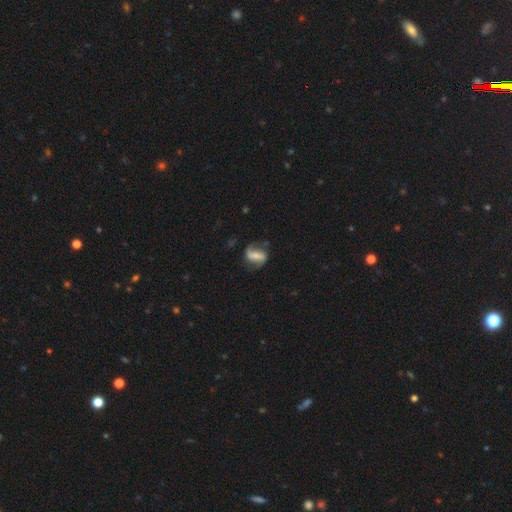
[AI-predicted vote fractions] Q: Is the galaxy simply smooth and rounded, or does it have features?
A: featured or disk — 75%.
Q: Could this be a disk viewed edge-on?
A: no — 96%.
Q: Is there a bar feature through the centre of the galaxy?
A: strong — 56%.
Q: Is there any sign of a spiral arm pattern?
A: yes — 90%.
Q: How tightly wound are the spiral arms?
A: loose — 51%.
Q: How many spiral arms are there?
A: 2 — 88%.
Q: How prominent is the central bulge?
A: small — 47%.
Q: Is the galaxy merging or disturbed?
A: none — 70%.